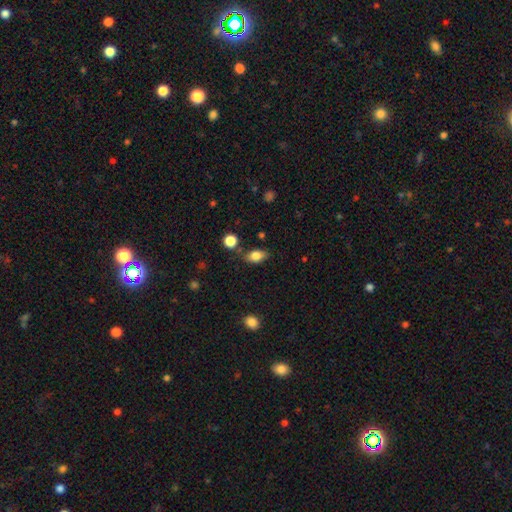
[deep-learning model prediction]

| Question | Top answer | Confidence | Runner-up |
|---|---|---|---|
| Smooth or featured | smooth | 81% | featured or disk (10%) |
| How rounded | in between | 83% | round (13%) |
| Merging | none | 75% | minor disturbance (16%) |